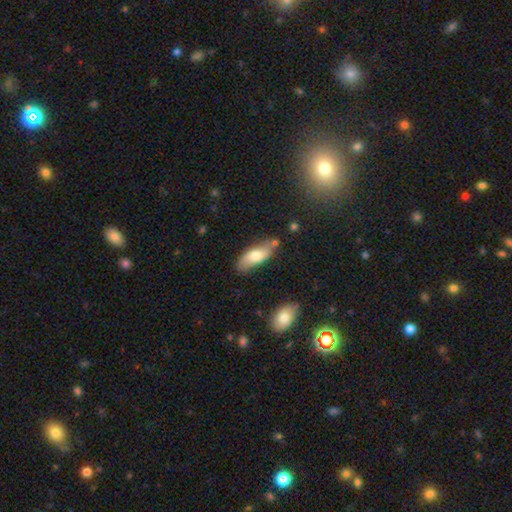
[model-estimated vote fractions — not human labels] This is likely a smooth galaxy (68%). How rounded: likely in between (74%). Merging: likely none (71%).